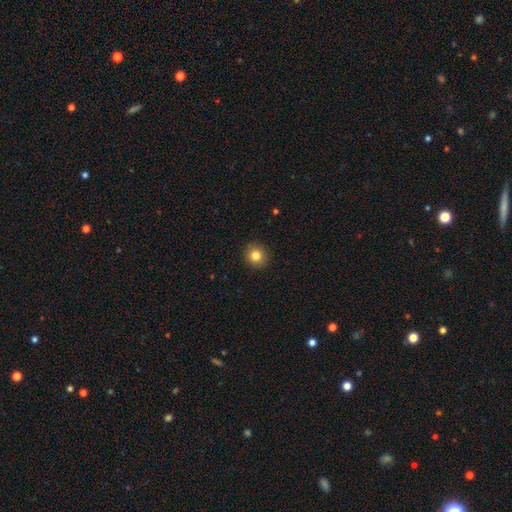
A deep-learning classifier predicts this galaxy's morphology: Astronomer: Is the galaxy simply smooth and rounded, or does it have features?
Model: smooth — 82%.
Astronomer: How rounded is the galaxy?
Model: round — 90%.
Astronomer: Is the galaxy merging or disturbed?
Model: none — 92%.